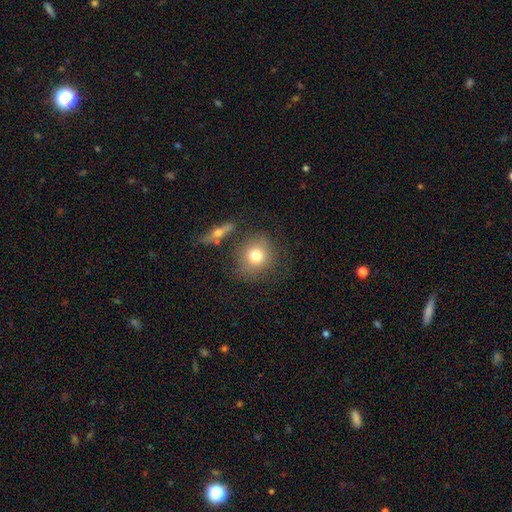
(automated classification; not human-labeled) The model was most divided on "merging": none: 74%, minor disturbance: 13%, merger: 8%, major disturbance: 5%. More confident: how rounded — round (83%); smooth or featured — smooth (76%).